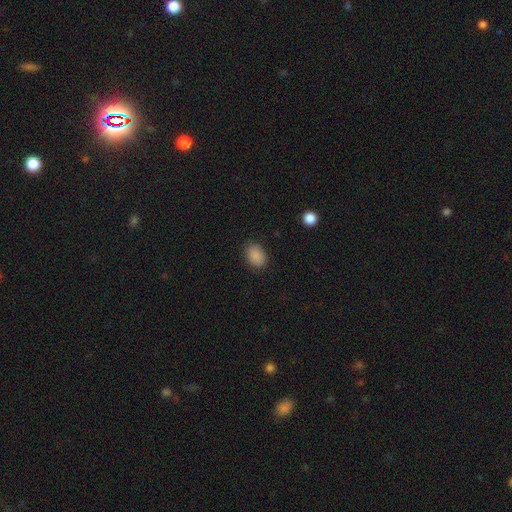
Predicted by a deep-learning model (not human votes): Smooth or featured: smooth — 88% (star or artifact — 9%)
How rounded: in between — 72% (round — 27%)
Merging: none — 86% (minor disturbance — 10%)